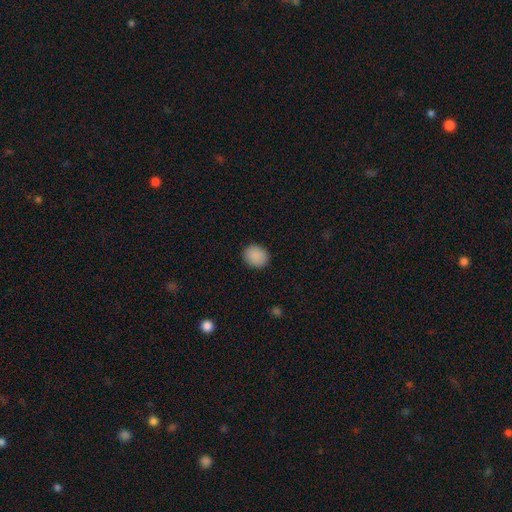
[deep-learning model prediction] Smooth or featured: smooth — 89% (star or artifact — 8%)
How rounded: round — 67% (in between — 32%)
Merging: none — 89% (minor disturbance — 8%)